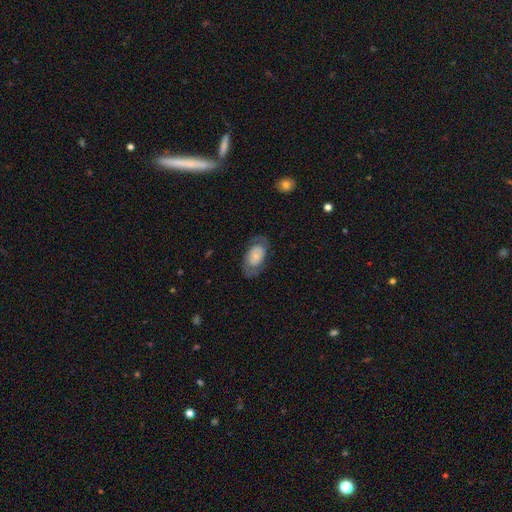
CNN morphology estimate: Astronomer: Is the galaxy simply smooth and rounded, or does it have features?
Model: featured or disk — 54% (runner-up: smooth, 38%).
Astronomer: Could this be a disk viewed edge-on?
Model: no — 94%.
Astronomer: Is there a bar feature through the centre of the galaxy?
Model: no — 73%.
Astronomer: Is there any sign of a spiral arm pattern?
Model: yes — 72%.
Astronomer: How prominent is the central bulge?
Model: small — 55%.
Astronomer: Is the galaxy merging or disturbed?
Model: none — 68%.